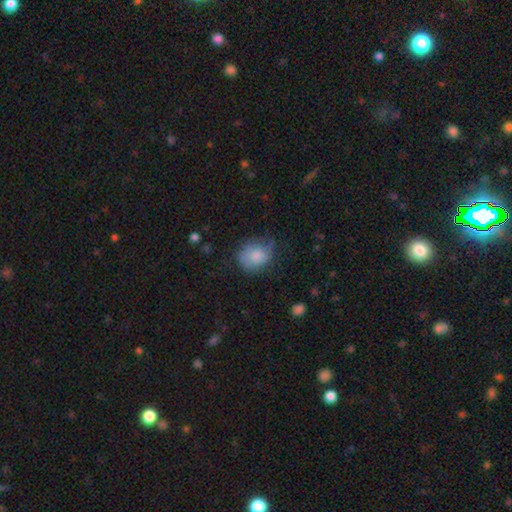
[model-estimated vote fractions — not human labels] smooth 76%, featured or disk 16%, star or artifact 8%. Down the decision tree: how rounded — round (61%); merging — none (50%).